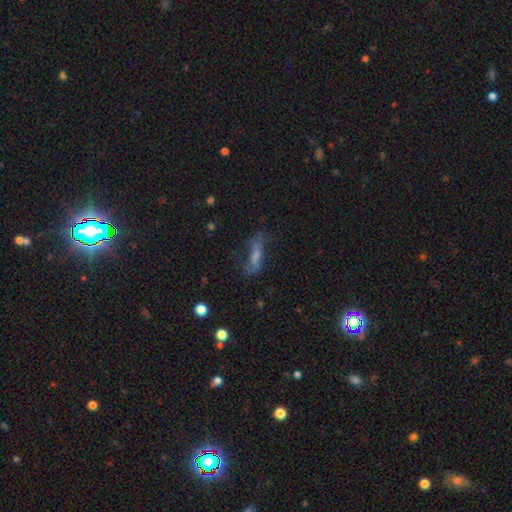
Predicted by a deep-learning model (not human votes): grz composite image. It shows a featured or disk galaxy (42%). Merging: none (51%).